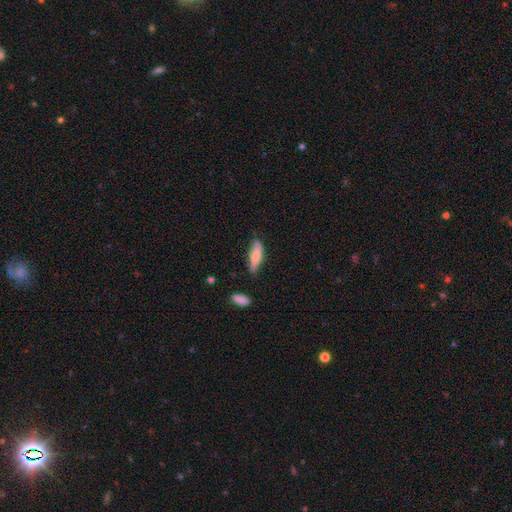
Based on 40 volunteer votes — Volunteers were most divided on "how rounded": cigar-shaped: 59%, in between: 41%, round: 0%. More confident: smooth or featured — smooth (68%); merging — none (58%).